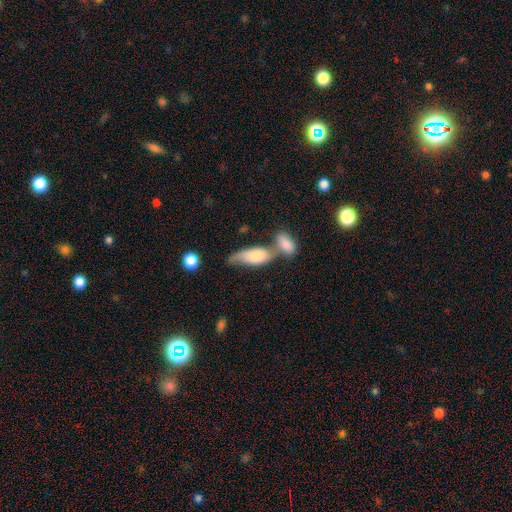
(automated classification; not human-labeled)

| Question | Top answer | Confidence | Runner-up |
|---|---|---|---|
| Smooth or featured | smooth | 66% | featured or disk (28%) |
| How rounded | in between | 78% | cigar-shaped (18%) |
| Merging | merger | 52% | none (22%) |